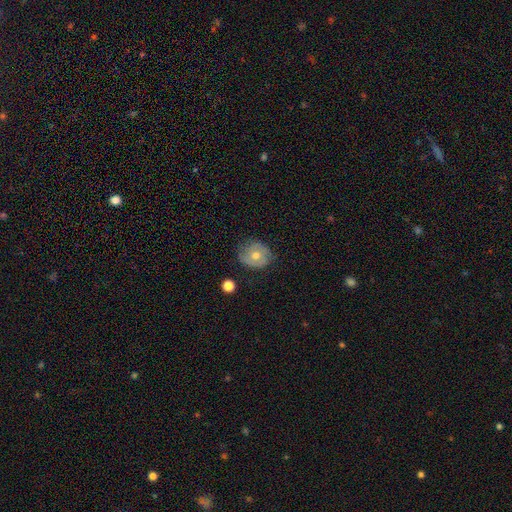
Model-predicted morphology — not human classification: smooth-or-featured: featured or disk: 61% | smooth: 30% | star or artifact: 9%
  disk-edge-on: no: 97% | yes: 3%
    bar: no: 74% | weak: 21% | strong: 5%
    has-spiral-arms: yes: 78% | no: 22%
    bulge-size: moderate: 72% | small: 23% | large: 3% | none: 1% | dominant: 1%
  merging: none: 76% | minor disturbance: 18% | major disturbance: 5% | merger: 1%